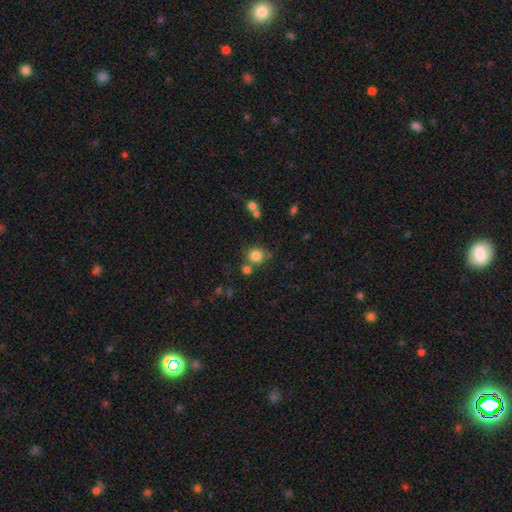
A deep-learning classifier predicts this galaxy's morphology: Smooth or featured? smooth (83%)
How rounded? round (88%)
Merging? none (68%)